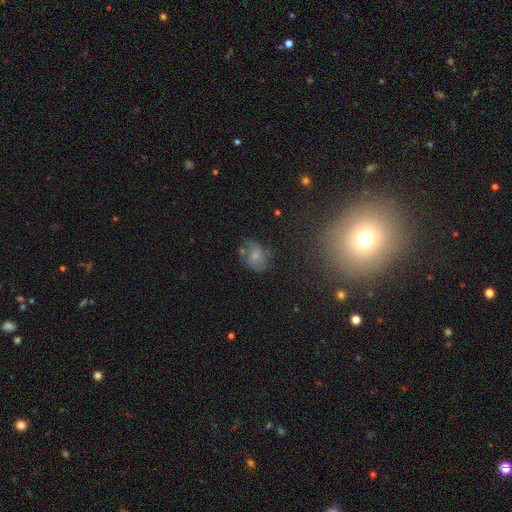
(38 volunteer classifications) This is likely a smooth galaxy (63%). How rounded: possibly in between (58%). Merging: marginally none (39%).